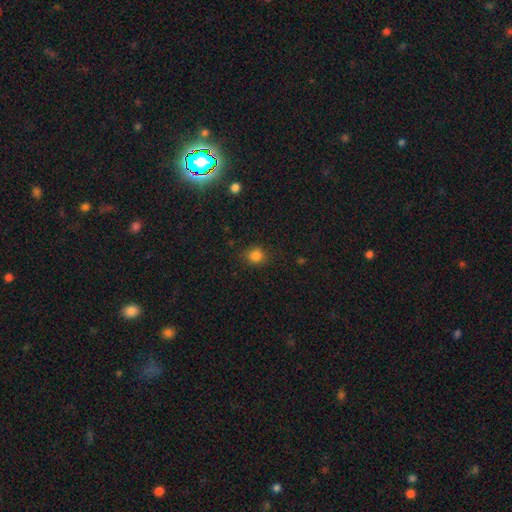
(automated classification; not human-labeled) Overall: smooth (84%). How rounded: round (85%). Merging: none (87%).